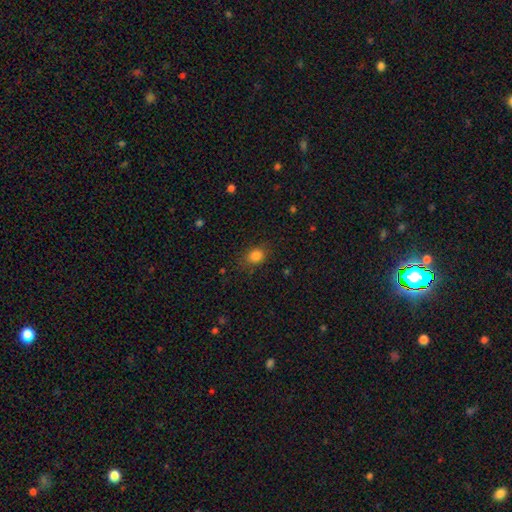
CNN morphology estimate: This is clearly a smooth galaxy (84%). How rounded: possibly in between (55%). Merging: likely none (80%).